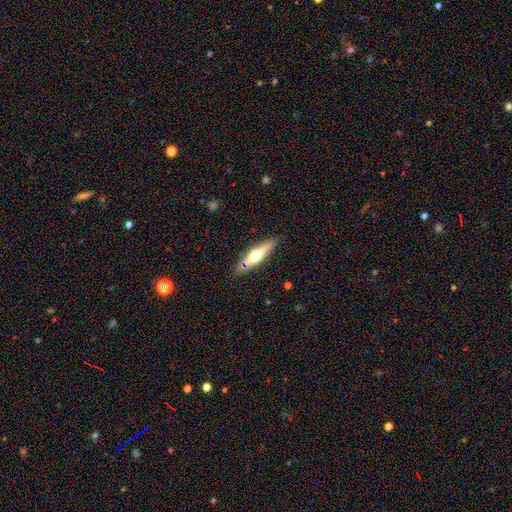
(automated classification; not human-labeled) The model was most divided on "smooth or featured": featured or disk: 54%, smooth: 40%, star or artifact: 6%. More confident: edge-on disk — yes (91%); merging — none (85%).